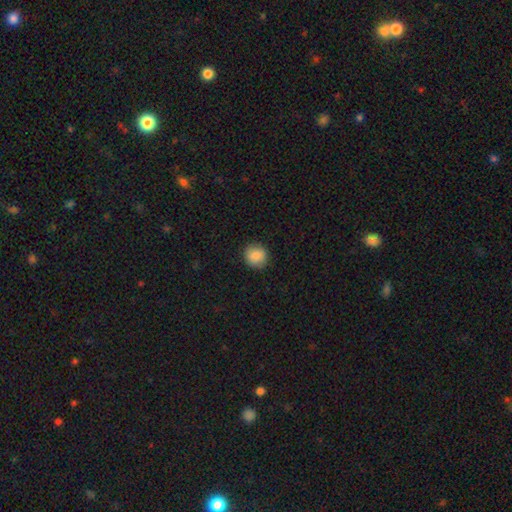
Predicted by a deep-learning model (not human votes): Smooth or featured: smooth — 88% (star or artifact — 8%)
How rounded: round — 91% (in between — 8%)
Merging: none — 91% (minor disturbance — 6%)